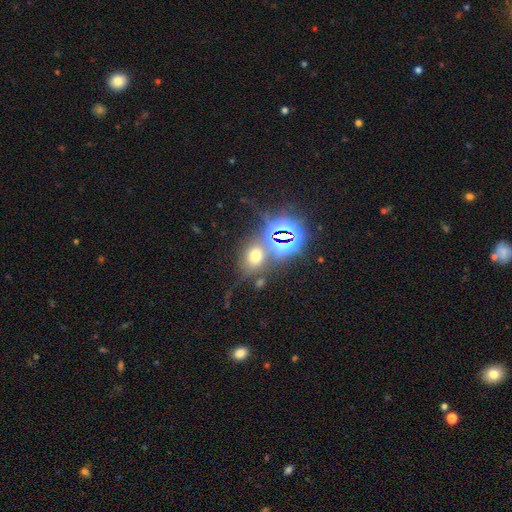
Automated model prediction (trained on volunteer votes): smooth_or_featured: smooth (p=0.49) [alt: star or artifact p=0.39]
merging: none (p=0.61) [alt: merger p=0.17]